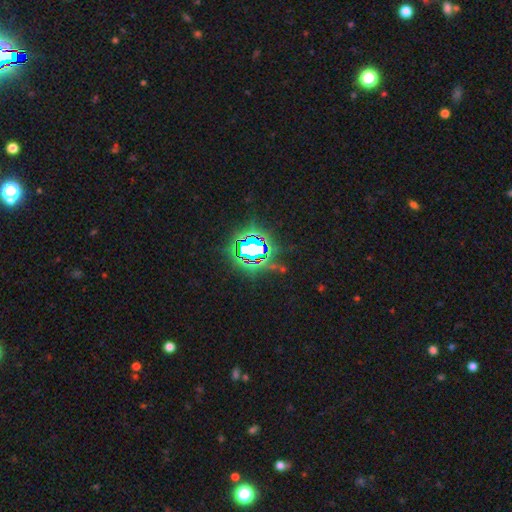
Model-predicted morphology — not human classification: smooth_or_featured: star or artifact (p=0.76) [alt: smooth p=0.13]